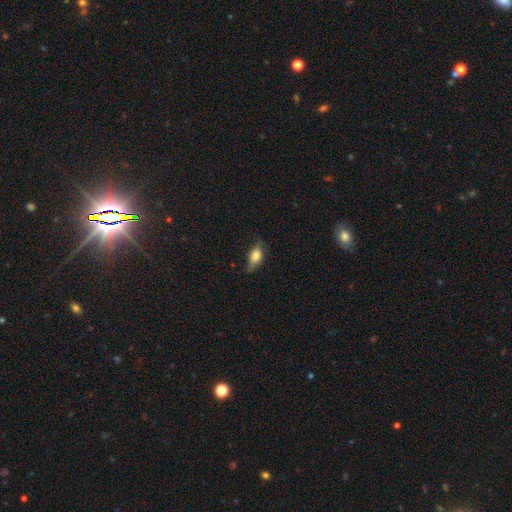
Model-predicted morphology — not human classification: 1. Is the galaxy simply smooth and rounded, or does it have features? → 68% smooth, 24% featured or disk, 9% star or artifact.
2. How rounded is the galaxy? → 78% in between, 12% round, 10% cigar-shaped.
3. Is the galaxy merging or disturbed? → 56% none, 32% minor disturbance, 10% major disturbance, 2% merger.